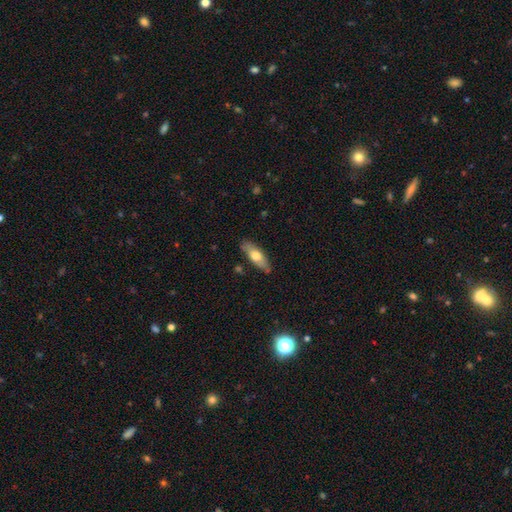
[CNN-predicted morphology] Smooth or featured: smooth — 58% (featured or disk — 36%)
How rounded: in between — 65% (cigar-shaped — 32%)
Merging: none — 81% (minor disturbance — 14%)